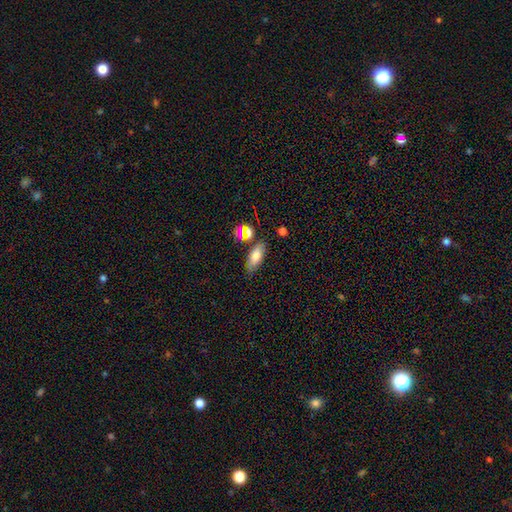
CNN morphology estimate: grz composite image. It shows a smooth galaxy with no disk features (71%) that is in between round and cigar-shaped (74%). Merging: none (73%).